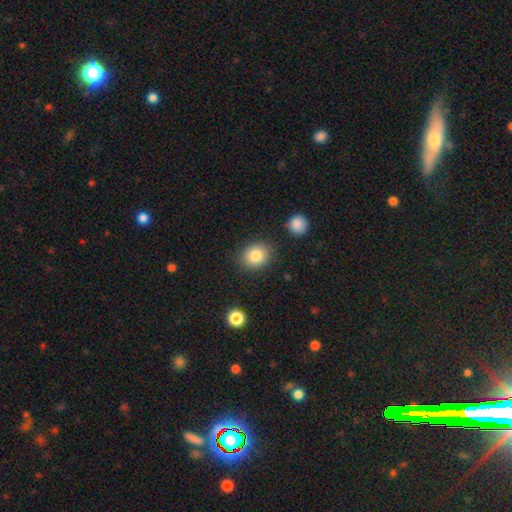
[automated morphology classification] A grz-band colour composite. It shows a smooth galaxy with no disk features (83%) that is round (63%). Merging: none (83%).